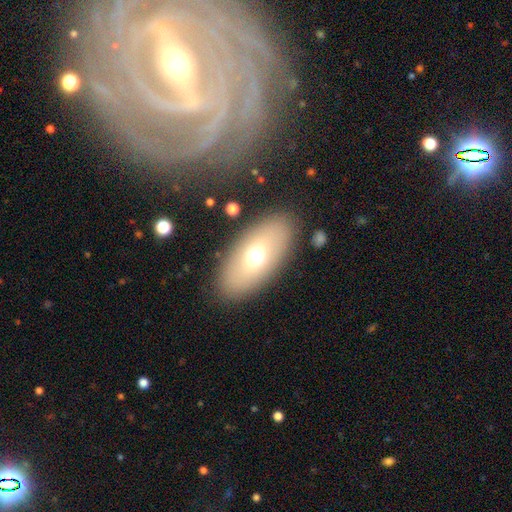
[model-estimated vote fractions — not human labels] This is likely a smooth galaxy (64%). How rounded: clearly in between (90%). Merging: clearly none (86%).